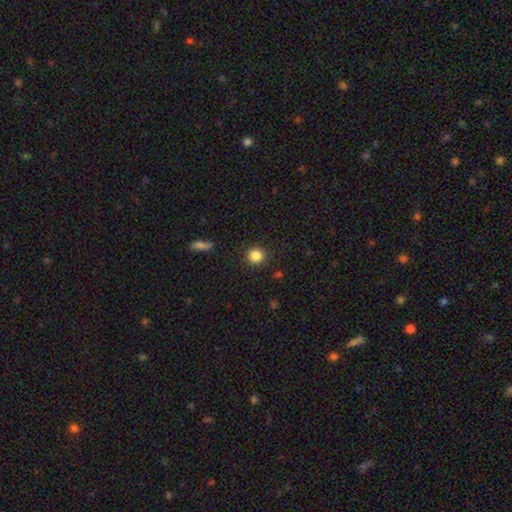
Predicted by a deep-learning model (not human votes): Morphology: type=smooth (85%); roundness=round (92%); merging=none (90%).